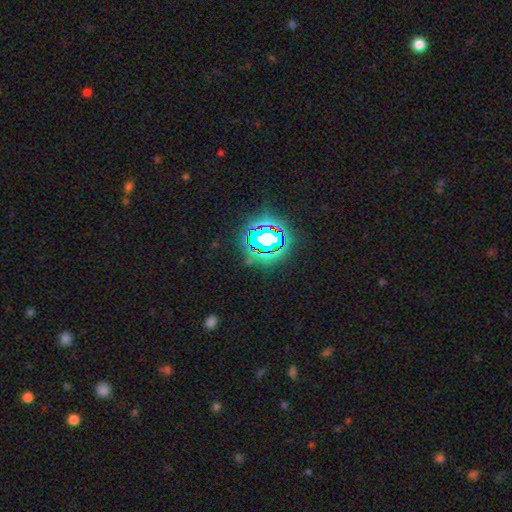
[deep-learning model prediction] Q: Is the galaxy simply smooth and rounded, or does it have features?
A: star or artifact — 82%.